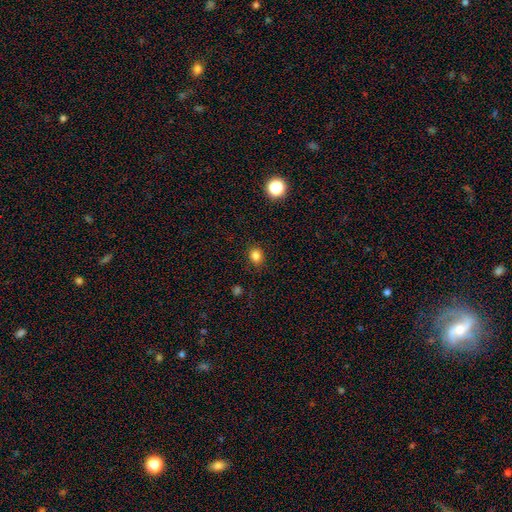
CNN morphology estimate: type=smooth (83%); roundness=round (66%); merging=none (88%).